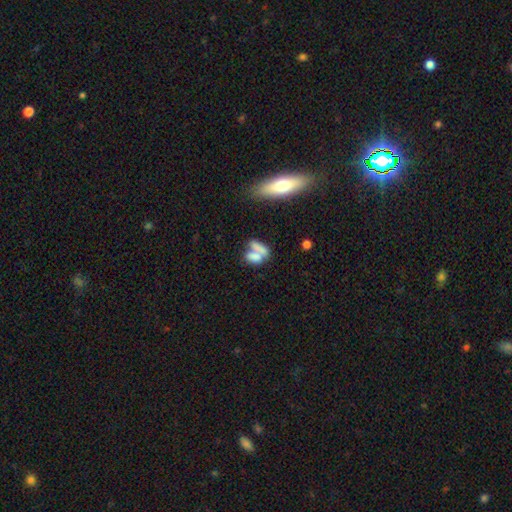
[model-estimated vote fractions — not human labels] Overall: smooth (67%). How rounded: in between (72%). Merging: merger (59%; none 24%).